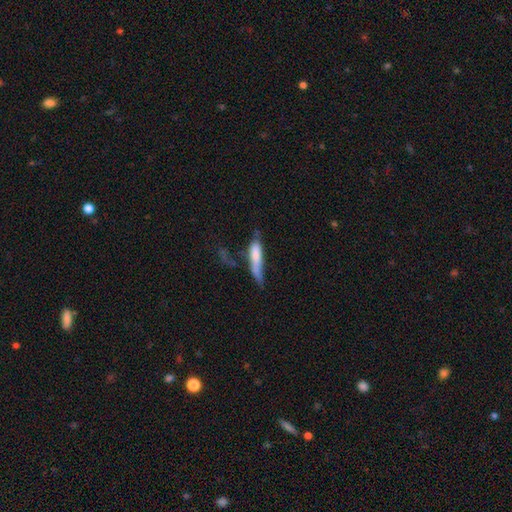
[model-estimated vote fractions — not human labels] This appears to be a smooth galaxy with no disk features (68%) that is cigar-shaped (75%). Merging: none (32%).